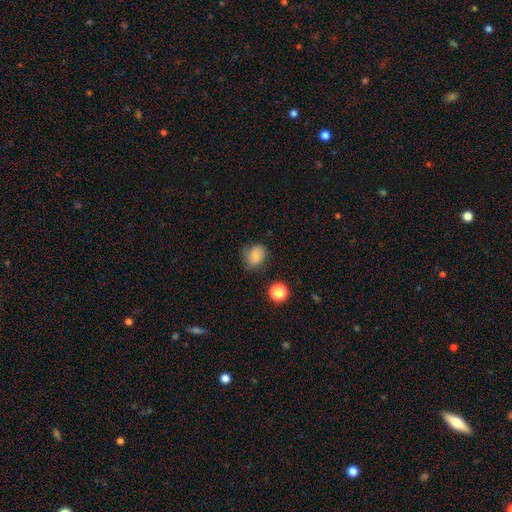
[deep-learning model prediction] A smooth galaxy with no disk features (72%) that is round (52%). Merging: none (62%).